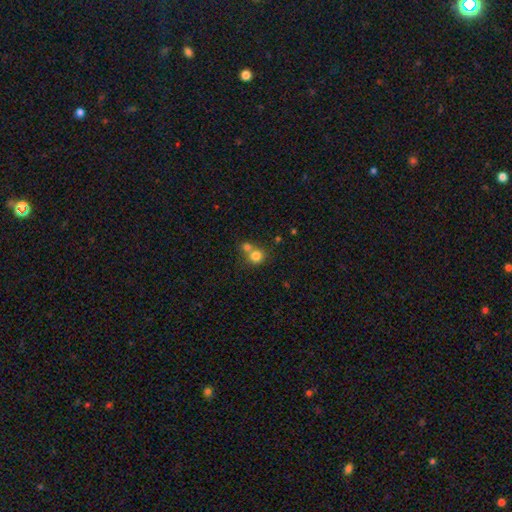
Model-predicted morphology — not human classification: type=smooth (78%); roundness=round (87%); merging=none (46%, tied with merger).